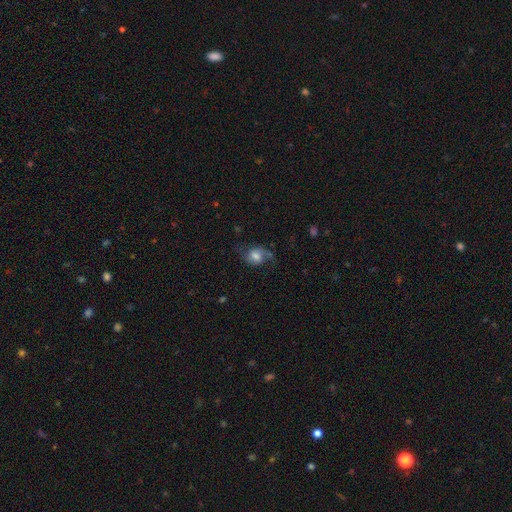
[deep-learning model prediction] This is possibly a featured or disk galaxy (46%). Merging: possibly none (56%).